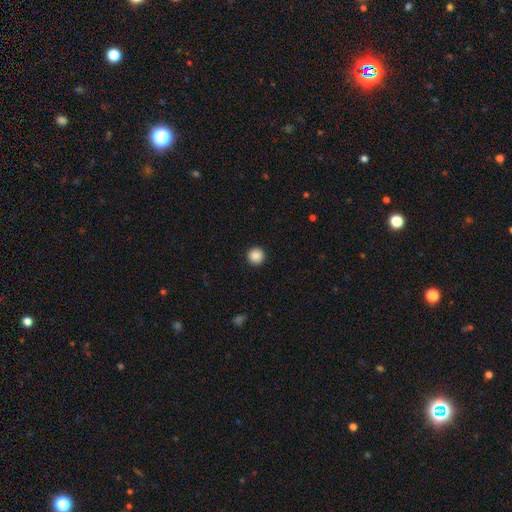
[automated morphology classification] smooth-or-featured: smooth: 88% | star or artifact: 9% | featured or disk: 3%
  how-rounded: round: 96% | in between: 3% | cigar-shaped: 1%
  merging: none: 94% | minor disturbance: 4% | major disturbance: 2% | merger: 1%